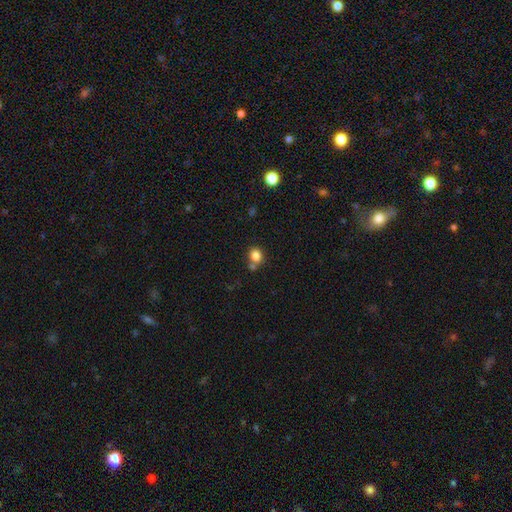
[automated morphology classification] This appears to be a smooth galaxy with no disk features (83%) that is round (71%). Merging: none (62%).